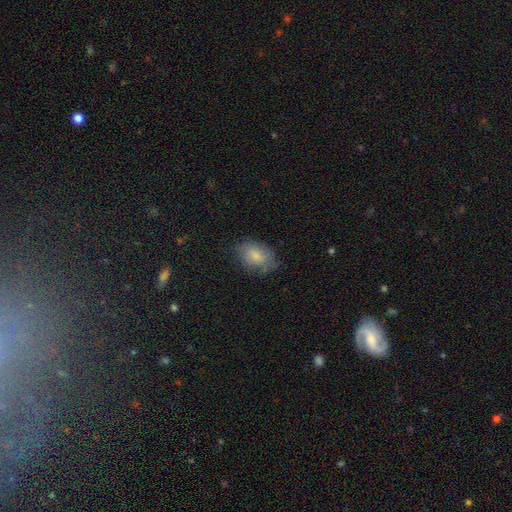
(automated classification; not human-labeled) This is likely a smooth galaxy (77%). How rounded: likely in between (76%). Merging: likely none (67%).